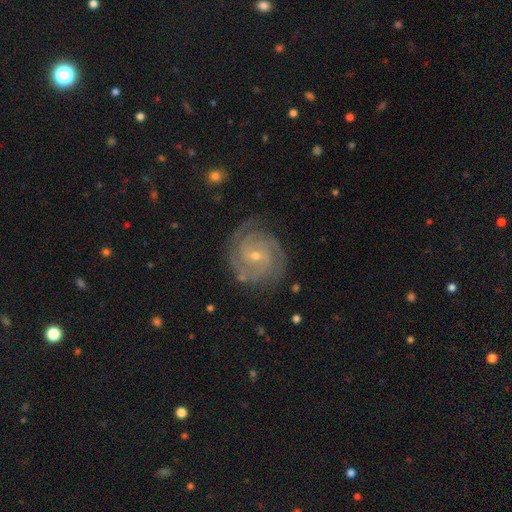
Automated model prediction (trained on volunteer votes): Smooth or featured? featured or disk (89%)
Edge-on disk? no (98%)
Bar? no (47%)
Spiral arms? yes (98%)
Spiral winding? tight (71%)
Spiral arm count? 3 (36%)
Bulge size? small (69%)
Merging? none (79%)